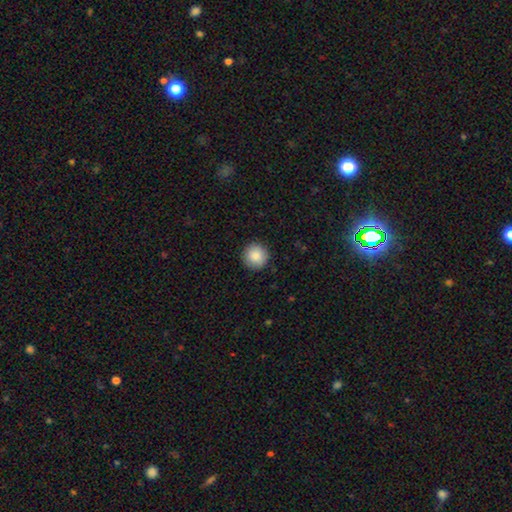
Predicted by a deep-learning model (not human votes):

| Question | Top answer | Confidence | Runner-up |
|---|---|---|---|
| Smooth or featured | smooth | 88% | star or artifact (8%) |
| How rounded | round | 96% | in between (3%) |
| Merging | none | 91% | minor disturbance (6%) |